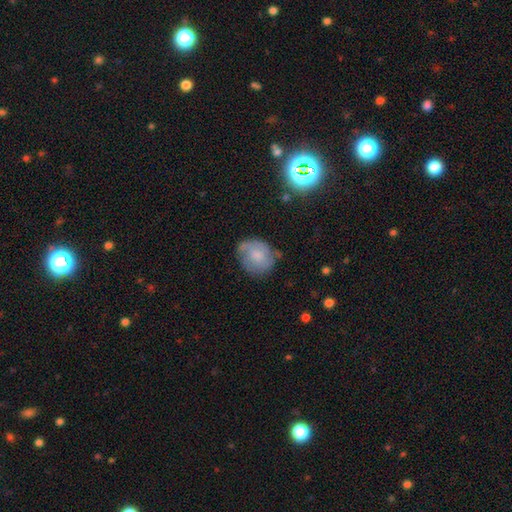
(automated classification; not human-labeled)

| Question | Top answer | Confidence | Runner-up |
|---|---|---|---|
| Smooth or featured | smooth | 53% | featured or disk (37%) |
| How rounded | round | 70% | in between (29%) |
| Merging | none | 61% | minor disturbance (27%) |